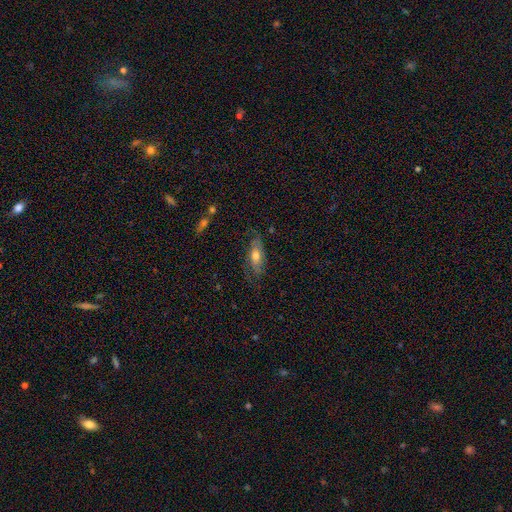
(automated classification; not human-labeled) This appears to be a smooth galaxy with no disk features (56%) that is in between round and cigar-shaped (70%). Merging: none (67%).